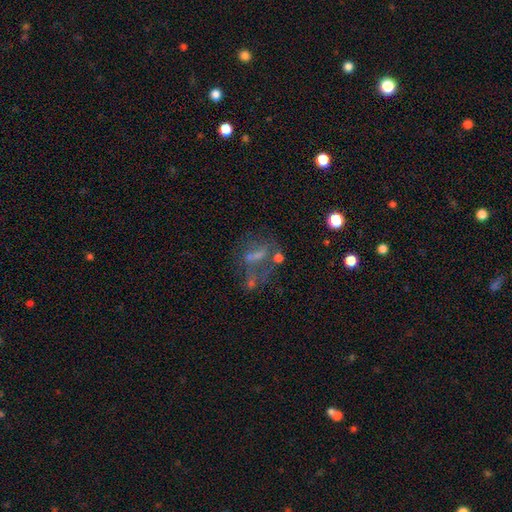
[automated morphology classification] Smooth or featured?
  - featured or disk: 46% *
  - smooth: 28%
  - star or artifact: 26%
Merging?
  - none: 40% *
  - major disturbance: 30%
  - minor disturbance: 16%
  - merger: 14%